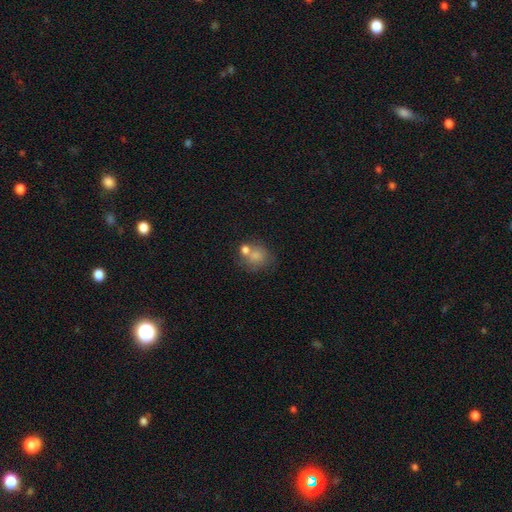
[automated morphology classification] smooth-or-featured: smooth: 72% | featured or disk: 17% | star or artifact: 11%
  how-rounded: round: 68% | in between: 31% | cigar-shaped: 1%
  merging: none: 43% | merger: 34% | minor disturbance: 15% | major disturbance: 8%